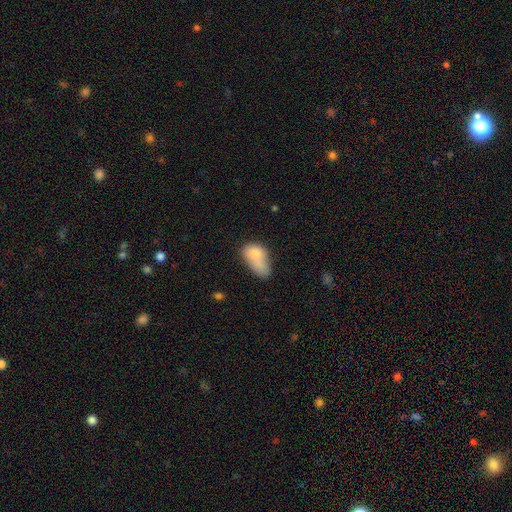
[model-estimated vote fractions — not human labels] Overall: smooth (77%). How rounded: in between (87%). Merging: merger (34%; minor disturbance 26%).